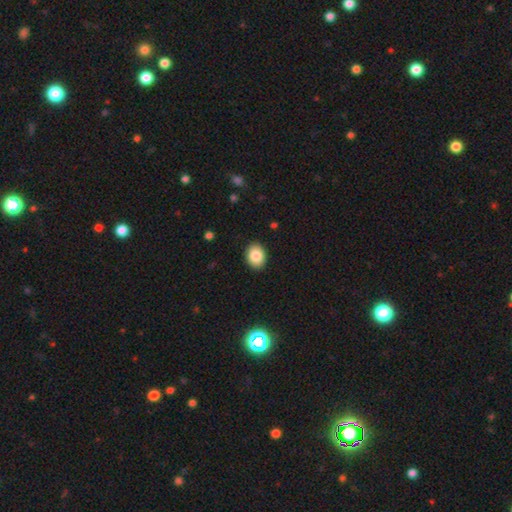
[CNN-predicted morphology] Smooth or featured? smooth (86%)
How rounded? in between (64%)
Merging? none (90%)